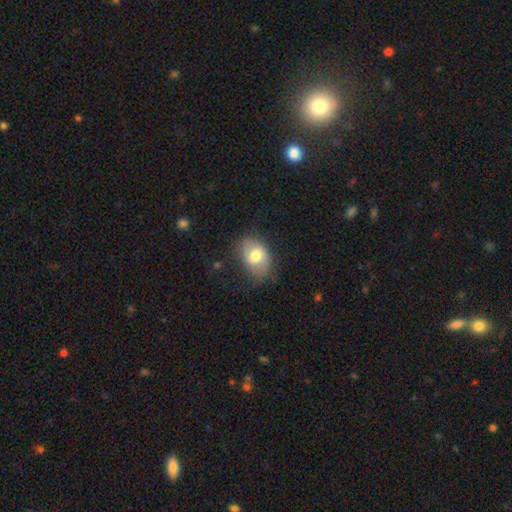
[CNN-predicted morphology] Smooth or featured? smooth (71%)
How rounded? in between (81%)
Merging? none (65%)